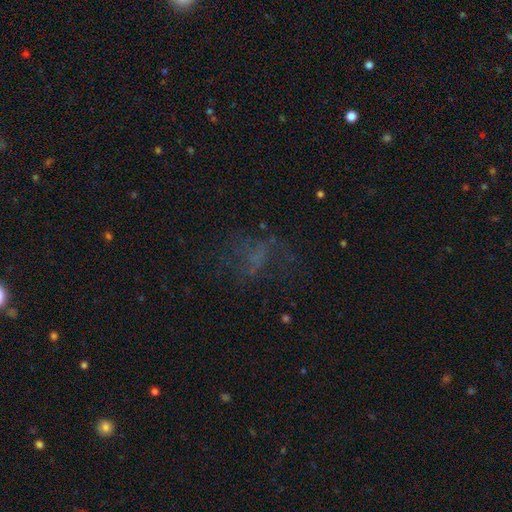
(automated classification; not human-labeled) smooth-or-featured: featured or disk: 40% | smooth: 30% | star or artifact: 30%
  merging: none: 47% | major disturbance: 34% | minor disturbance: 16% | merger: 3%